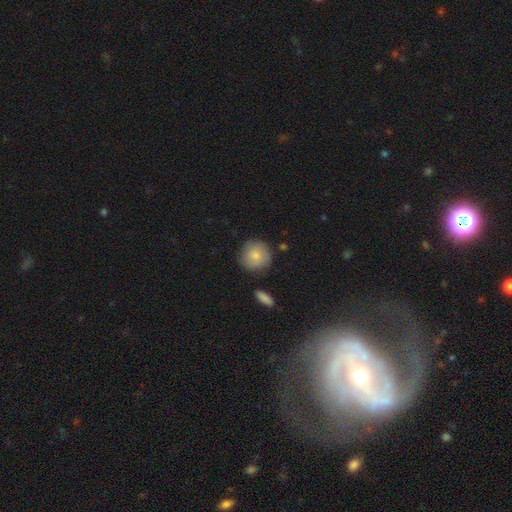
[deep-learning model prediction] A smooth galaxy with no disk features (84%) that is round (92%).

Vote fractions:
- Smooth or featured? smooth: 84% / featured or disk: 10% / star or artifact: 6%
- How rounded? round: 92% / in between: 7% / cigar-shaped: 1%
- Merging? none: 81% / minor disturbance: 13% / merger: 3% / major disturbance: 3%